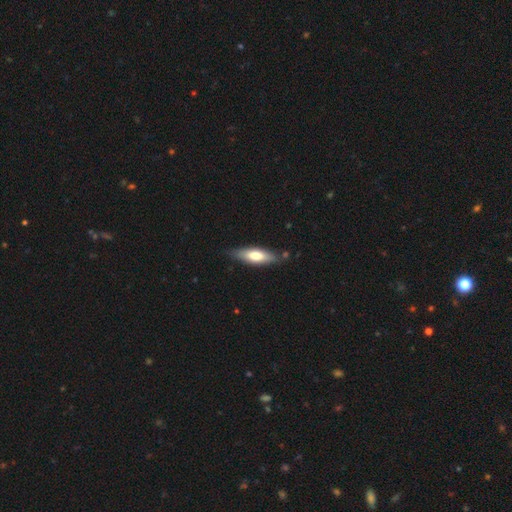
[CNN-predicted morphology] smooth 63%, featured or disk 31%, star or artifact 5%. Down the decision tree: how rounded — in between (49%, tied with cigar-shaped); merging — none (79%).